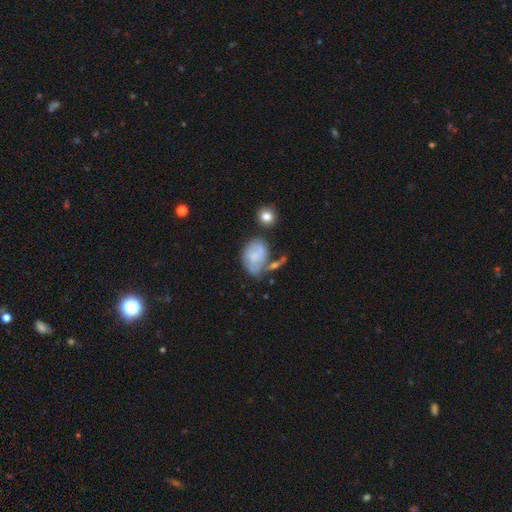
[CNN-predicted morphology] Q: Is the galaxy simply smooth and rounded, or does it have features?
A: smooth — 55%.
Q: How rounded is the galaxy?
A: in between — 77%.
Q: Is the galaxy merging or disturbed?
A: none — 38%.